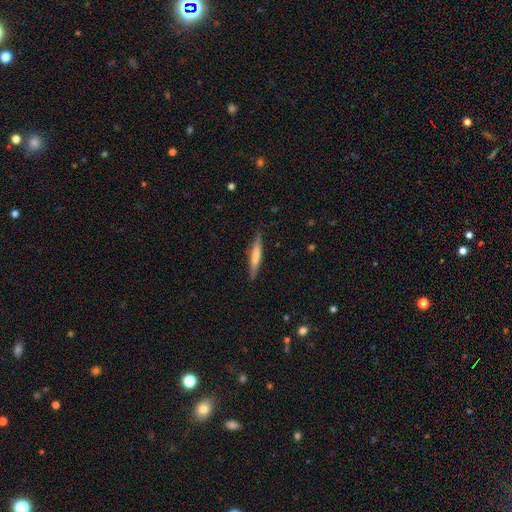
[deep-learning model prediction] Q: Smooth or featured?
A: smooth (57%); runner-up: featured or disk (38%)
Q: How rounded?
A: cigar-shaped (92%); runner-up: in between (7%)
Q: Merging?
A: none (87%); runner-up: minor disturbance (10%)